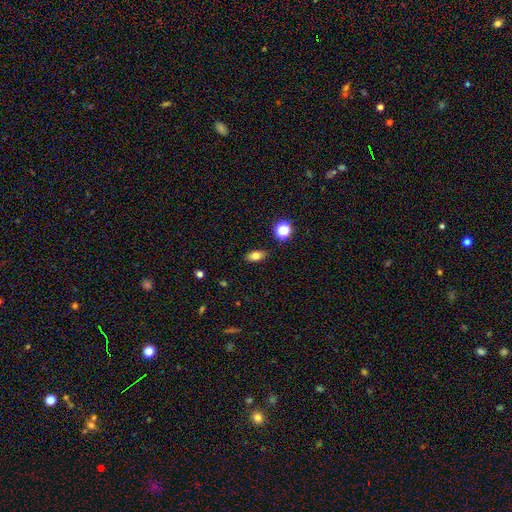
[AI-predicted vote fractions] Overall: smooth (76%). How rounded: in between (84%). Merging: none (87%).